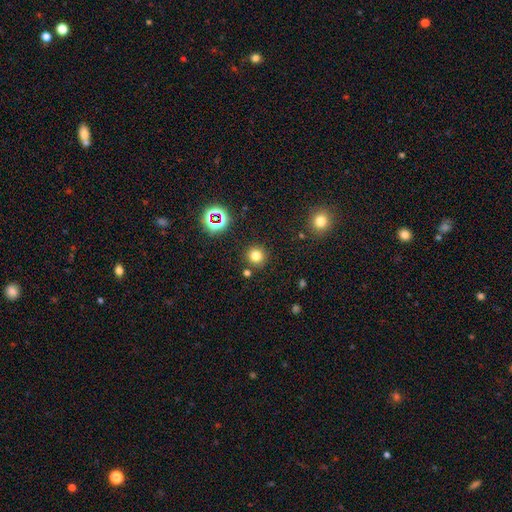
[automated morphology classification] Smooth or featured? smooth (74%)
How rounded? round (93%)
Merging? none (85%)